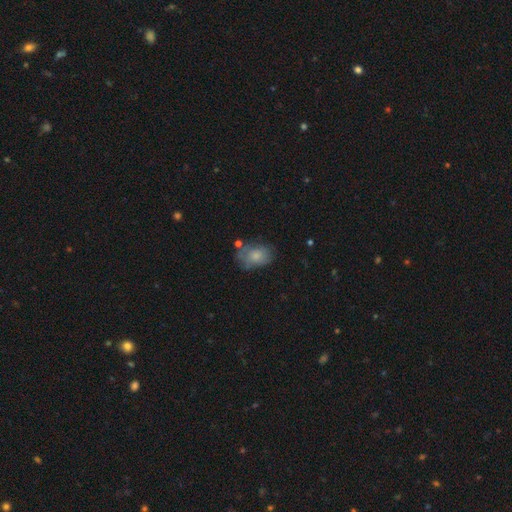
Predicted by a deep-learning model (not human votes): A smooth galaxy with no disk features (71%) that is in between round and cigar-shaped (71%).

Vote fractions:
- Smooth or featured? smooth: 71% / featured or disk: 21% / star or artifact: 8%
- How rounded? in between: 71% / round: 27% / cigar-shaped: 1%
- Merging? none: 54% / minor disturbance: 28% / major disturbance: 12% / merger: 7%